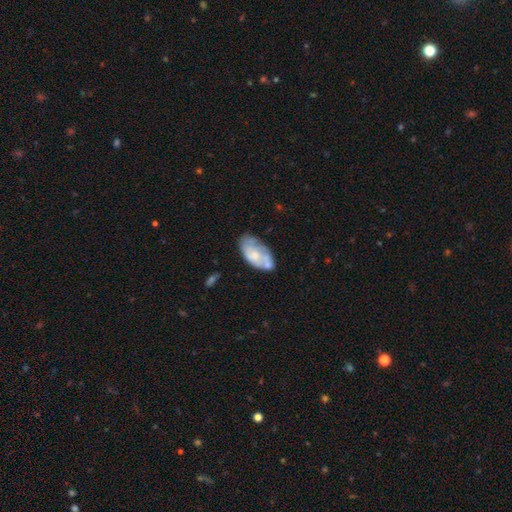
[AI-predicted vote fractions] Q: Smooth or featured?
A: featured or disk (50%); runner-up: smooth (44%)
Q: Merging?
A: none (49%); runner-up: minor disturbance (28%)